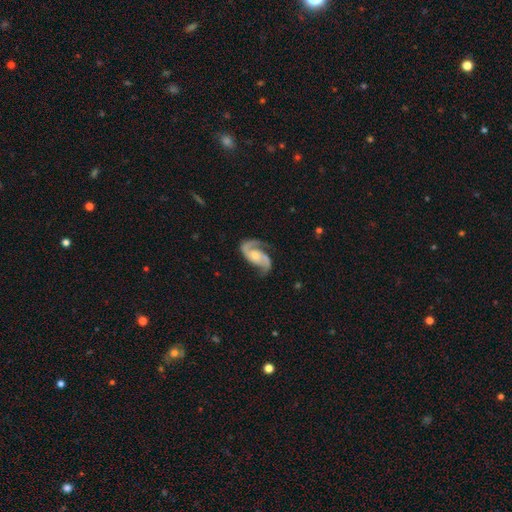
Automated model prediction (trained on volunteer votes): The model was most divided on "bulge size": small: 47%, moderate: 43%, none: 6%, large: 4%, dominant: 1%. More confident: spiral arms — yes (98%); edge-on disk — no (97%); spiral arm count — 2 (90%); smooth or featured — featured or disk (90%); merging — none (68%); bar — no (60%); spiral winding — medium (51%).